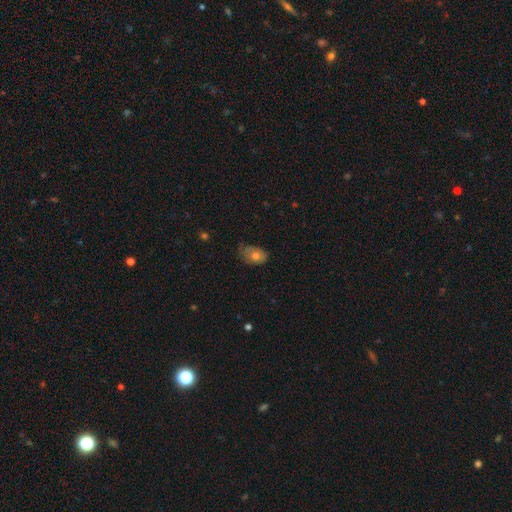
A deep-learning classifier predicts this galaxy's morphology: smooth 68%, featured or disk 23%, star or artifact 9%. Down the decision tree: how rounded — in between (80%); merging — none (47%).